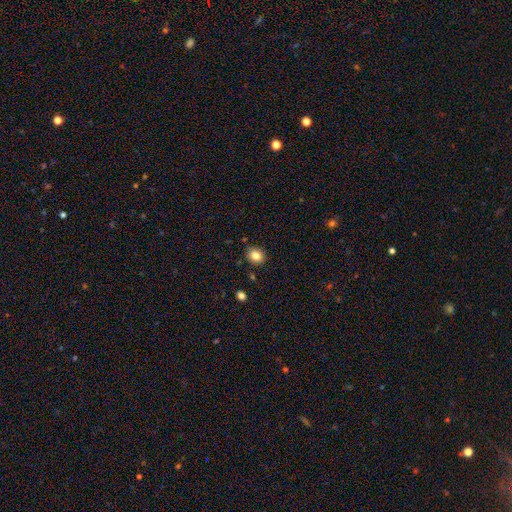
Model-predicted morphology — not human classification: The model was most divided on "how rounded": round: 66%, in between: 33%, cigar-shaped: 1%. More confident: merging — none (86%); smooth or featured — smooth (84%).